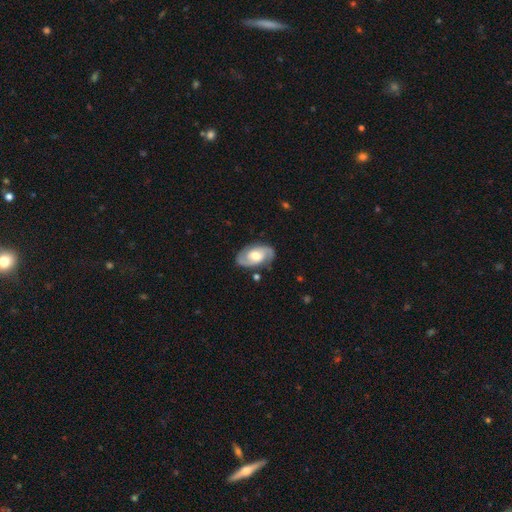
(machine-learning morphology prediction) featured or disk 80%, smooth 15%, star or artifact 5%. Down the decision tree: edge-on disk — no (96%); bar — no (52%); spiral arms — yes (93%); spiral arm count — 2 (89%); spiral winding — medium (47%); bulge size — moderate (67%); merging — none (81%).